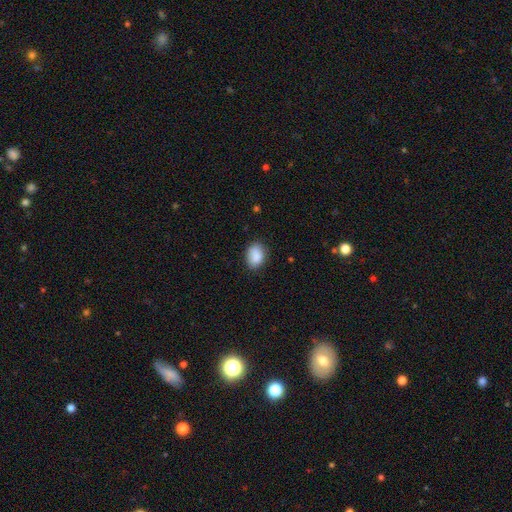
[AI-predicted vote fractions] Overall: smooth (89%). How rounded: in between (77%). Merging: none (81%).